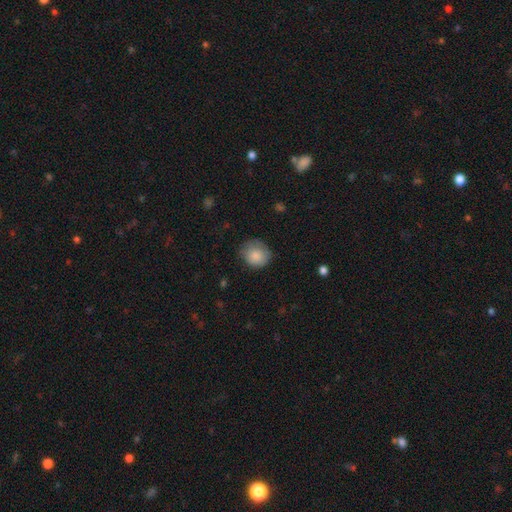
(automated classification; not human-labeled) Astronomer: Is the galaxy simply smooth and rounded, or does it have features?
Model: smooth — 85%.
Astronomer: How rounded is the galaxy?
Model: round — 81%.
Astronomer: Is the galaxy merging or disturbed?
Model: none — 71%.